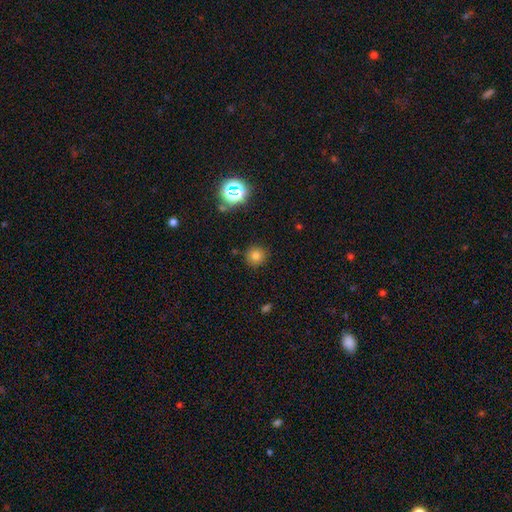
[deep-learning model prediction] smooth-or-featured: smooth: 75% | star or artifact: 17% | featured or disk: 7%
  how-rounded: round: 93% | in between: 6% | cigar-shaped: 1%
  merging: none: 88% | minor disturbance: 8% | major disturbance: 3% | merger: 2%